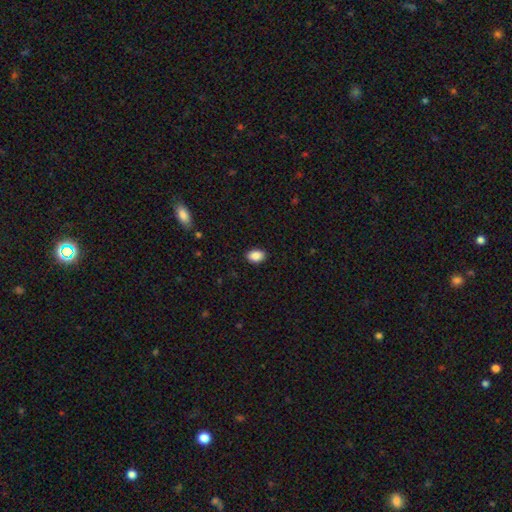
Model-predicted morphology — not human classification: Smooth or featured: smooth — 89% (star or artifact — 7%)
How rounded: in between — 82% (round — 16%)
Merging: none — 89% (minor disturbance — 8%)